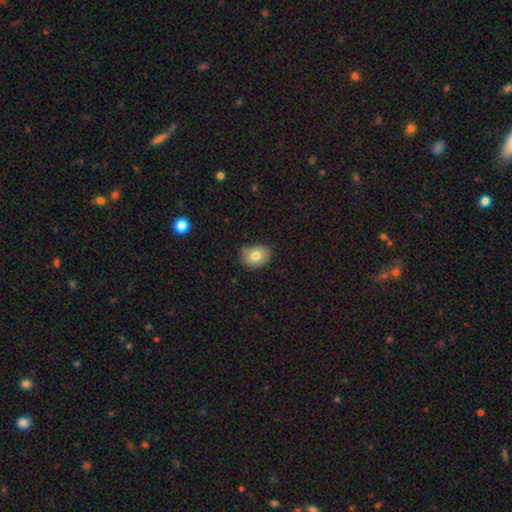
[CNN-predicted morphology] smooth 79%, featured or disk 12%, star or artifact 9%. Down the decision tree: how rounded — in between (56%); merging — none (78%).